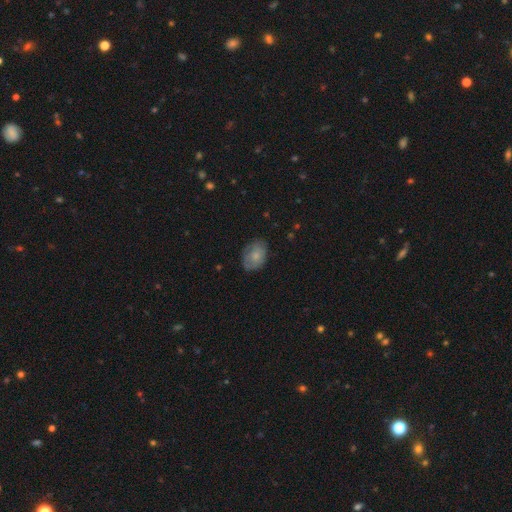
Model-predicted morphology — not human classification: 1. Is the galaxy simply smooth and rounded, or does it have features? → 67% smooth, 26% featured or disk, 7% star or artifact.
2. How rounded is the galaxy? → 78% in between, 21% round, 1% cigar-shaped.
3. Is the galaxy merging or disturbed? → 69% none, 23% minor disturbance, 6% major disturbance, 1% merger.